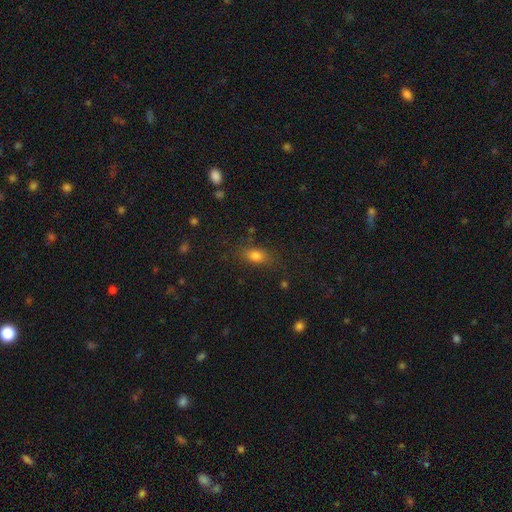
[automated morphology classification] smooth-or-featured: smooth: 80% | star or artifact: 12% | featured or disk: 8%
  how-rounded: in between: 79% | round: 13% | cigar-shaped: 7%
  merging: none: 79% | minor disturbance: 14% | major disturbance: 5% | merger: 2%